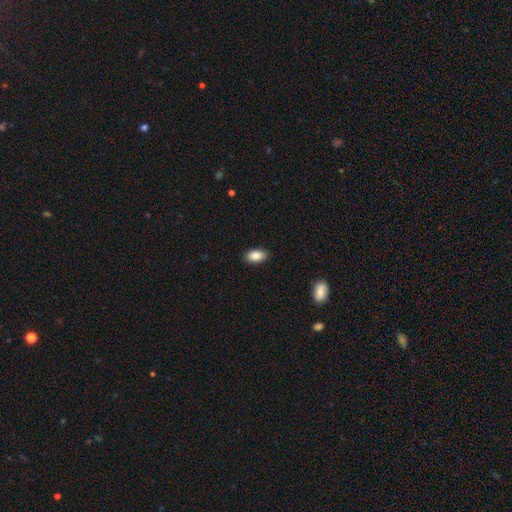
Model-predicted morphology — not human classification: smooth-or-featured: smooth: 87% | star or artifact: 7% | featured or disk: 6%
  how-rounded: in between: 93% | round: 4% | cigar-shaped: 3%
  merging: none: 89% | minor disturbance: 8% | major disturbance: 2% | merger: 1%